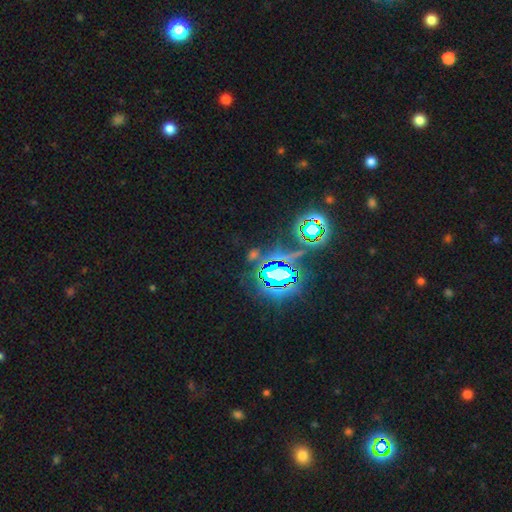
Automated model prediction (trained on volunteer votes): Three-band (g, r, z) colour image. It shows a star or artifact, not a galaxy (81%).